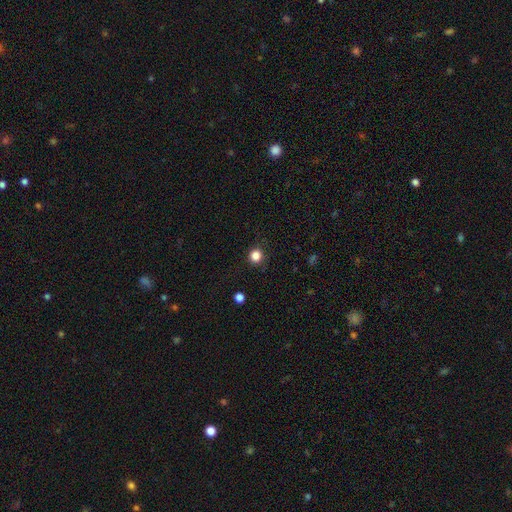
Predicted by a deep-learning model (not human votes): smooth-or-featured: smooth: 85% | star or artifact: 12% | featured or disk: 3%
  how-rounded: round: 92% | in between: 7% | cigar-shaped: 1%
  merging: none: 88% | minor disturbance: 8% | major disturbance: 3% | merger: 1%